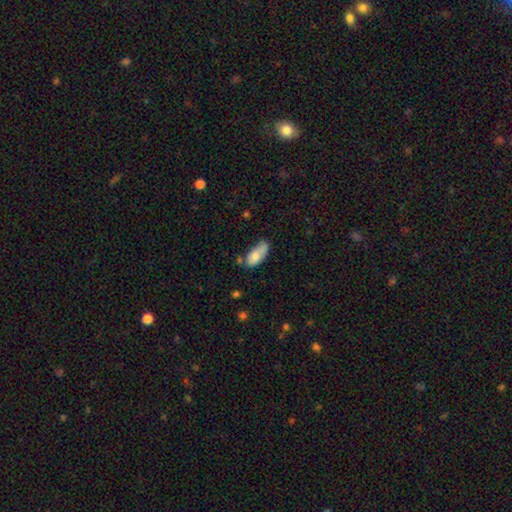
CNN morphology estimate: This is likely a smooth galaxy (76%). How rounded: clearly in between (86%). Merging: marginally none (44%).